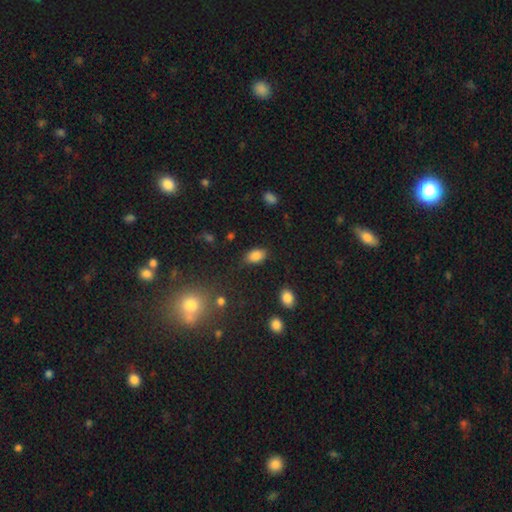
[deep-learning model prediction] Q: Smooth or featured?
A: smooth (86%); runner-up: star or artifact (9%)
Q: How rounded?
A: in between (90%); runner-up: round (7%)
Q: Merging?
A: none (79%); runner-up: minor disturbance (16%)